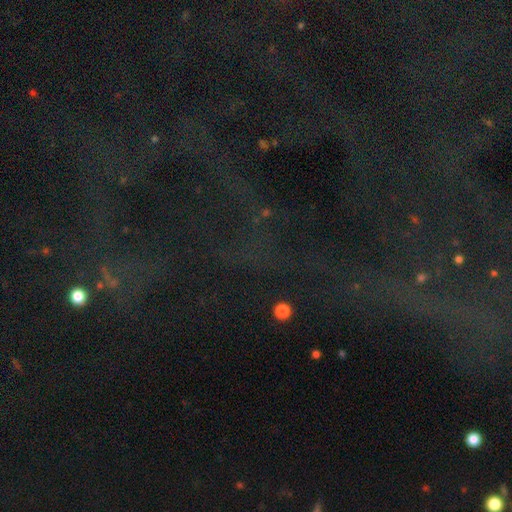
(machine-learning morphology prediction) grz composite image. It shows a star or artifact, not a galaxy (79%).